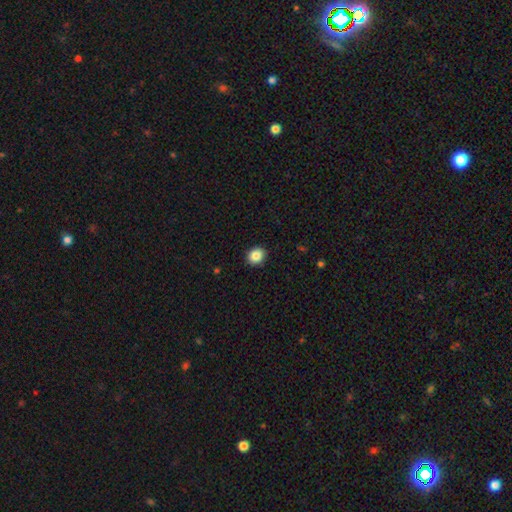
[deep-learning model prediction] Q: Smooth or featured?
A: smooth (86%); runner-up: star or artifact (9%)
Q: How rounded?
A: round (72%); runner-up: in between (27%)
Q: Merging?
A: none (91%); runner-up: minor disturbance (6%)